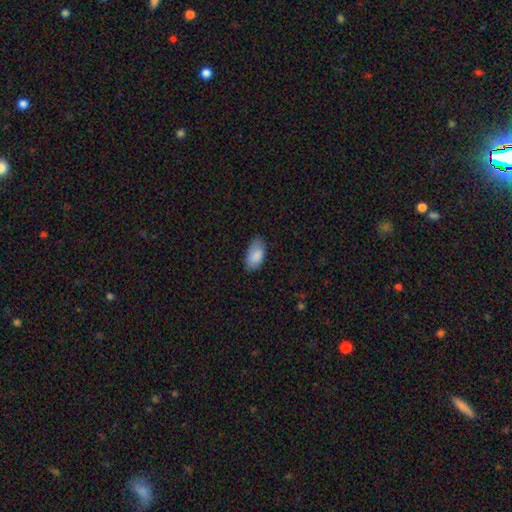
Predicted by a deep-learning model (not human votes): smooth_or_featured: smooth (p=0.86) [alt: featured or disk p=0.07]
how_rounded: in between (p=0.95) [alt: round p=0.03]
merging: none (p=0.72) [alt: minor disturbance p=0.23]